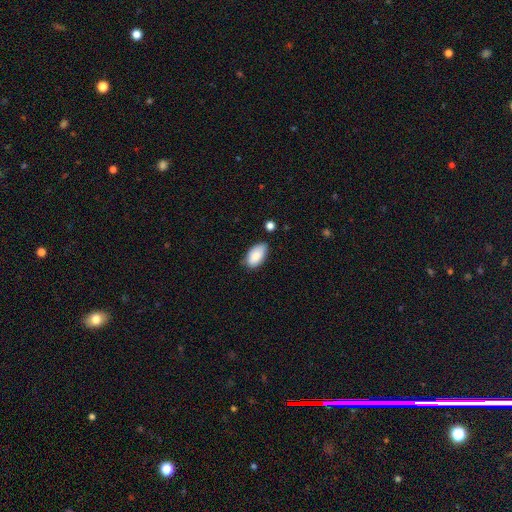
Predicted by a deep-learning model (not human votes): Smooth or featured?
  - smooth: 86% *
  - featured or disk: 7%
  - star or artifact: 7%
How rounded?
  - in between: 94% *
  - round: 3%
  - cigar-shaped: 3%
Merging?
  - none: 67% *
  - minor disturbance: 25%
  - major disturbance: 4%
  - merger: 3%